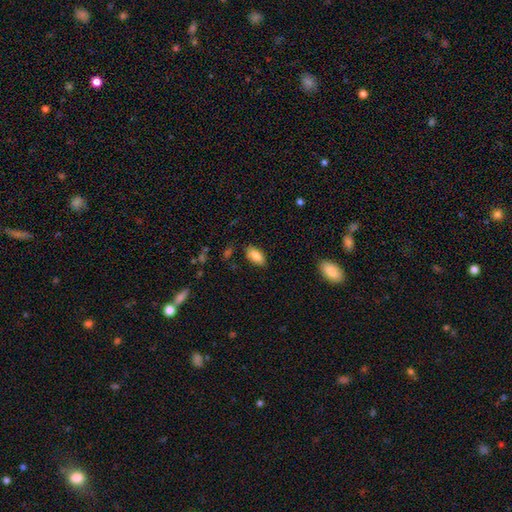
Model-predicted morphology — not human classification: This is clearly a smooth galaxy (85%). How rounded: clearly in between (92%). Merging: clearly none (83%).